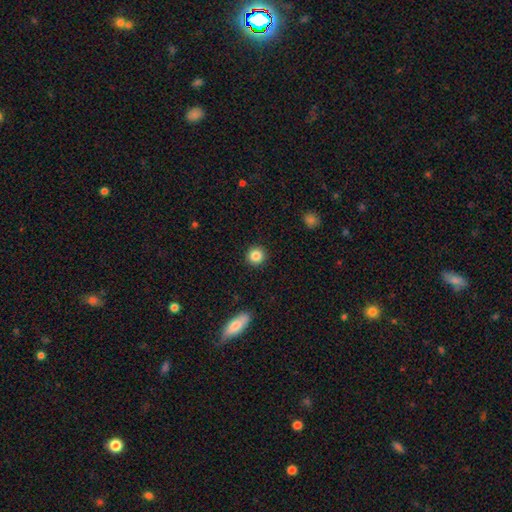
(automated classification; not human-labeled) Smooth or featured? Predicted: smooth (p=0.86). How rounded? Predicted: round (p=0.94). Merging? Predicted: none (p=0.92).